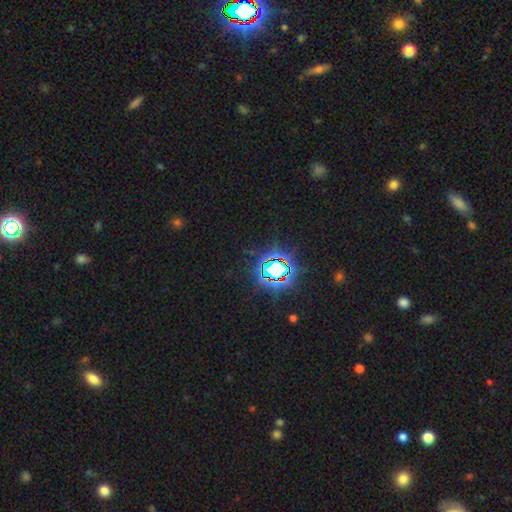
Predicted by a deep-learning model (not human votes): Morphology: type=star or artifact (81%).